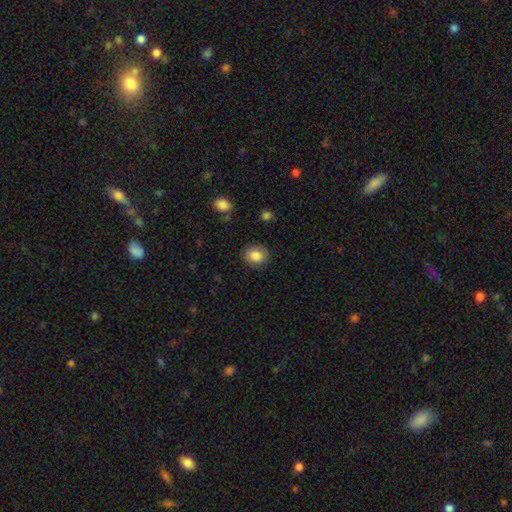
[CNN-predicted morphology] Smooth or featured: smooth — 85% (star or artifact — 9%)
How rounded: round — 70% (in between — 30%)
Merging: none — 87% (minor disturbance — 9%)